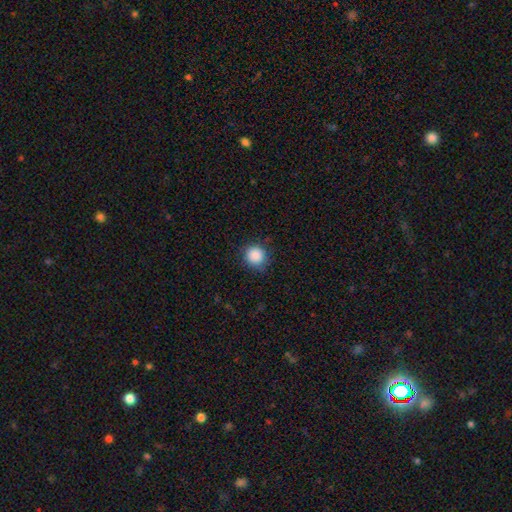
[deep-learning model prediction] smooth-or-featured: smooth: 88% | star or artifact: 9% | featured or disk: 3%
  how-rounded: round: 92% | in between: 7% | cigar-shaped: 1%
  merging: none: 86% | minor disturbance: 10% | major disturbance: 3% | merger: 1%